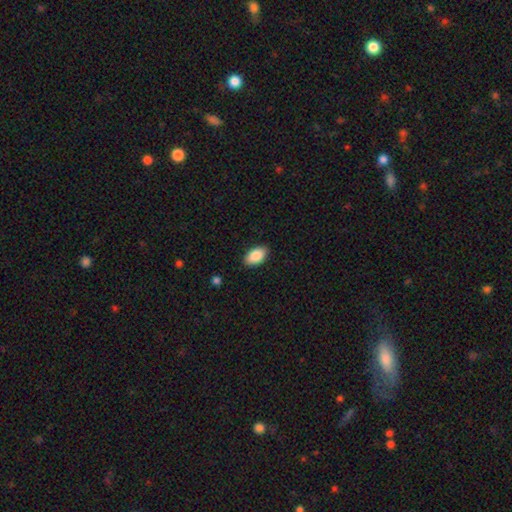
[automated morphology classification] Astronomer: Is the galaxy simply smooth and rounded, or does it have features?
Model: smooth — 88%.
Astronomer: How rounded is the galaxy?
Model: in between — 94%.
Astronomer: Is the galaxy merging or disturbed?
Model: none — 88%.